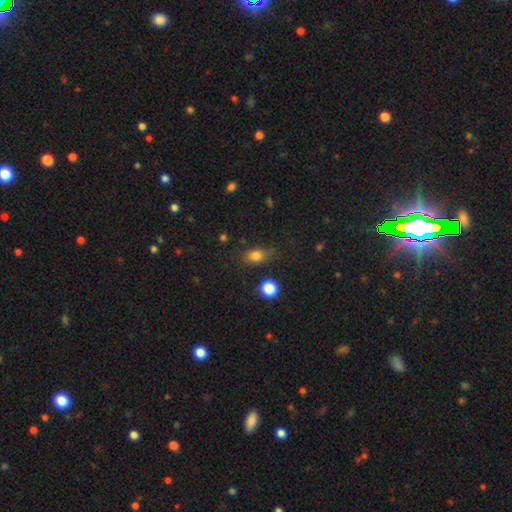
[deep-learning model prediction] This is clearly a smooth galaxy (81%). How rounded: likely in between (72%). Merging: likely none (70%).